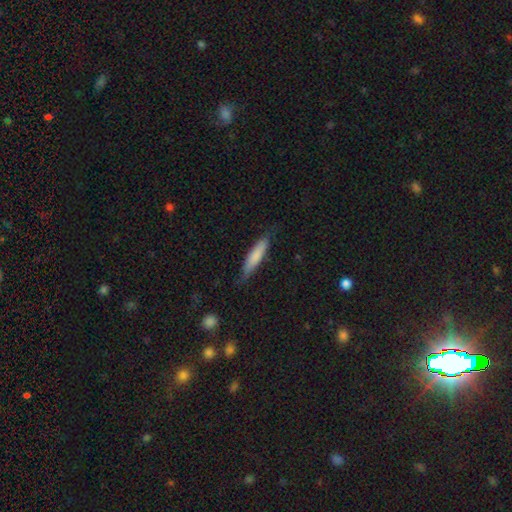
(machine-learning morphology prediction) smooth_or_featured: smooth (p=0.74) [alt: featured or disk p=0.21]
how_rounded: cigar-shaped (p=0.82) [alt: in between p=0.16]
merging: none (p=0.74) [alt: minor disturbance p=0.20]